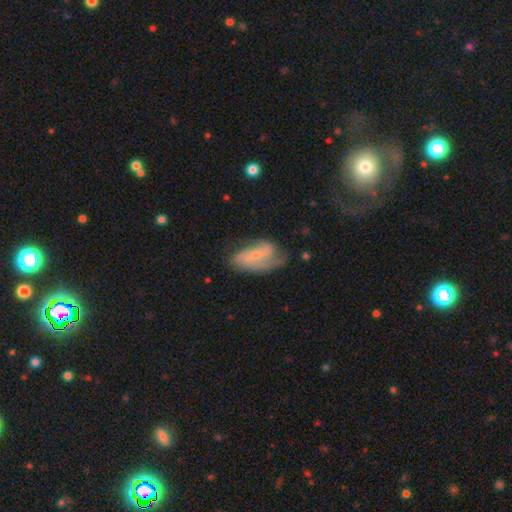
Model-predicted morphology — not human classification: Smooth or featured? featured or disk (65%)
Edge-on disk? no (94%)
Bar? no (52%)
Spiral arms? yes (85%)
Spiral winding? medium (40%)
Spiral arm count? 2 (53%)
Bulge size? small (71%)
Merging? none (47%)